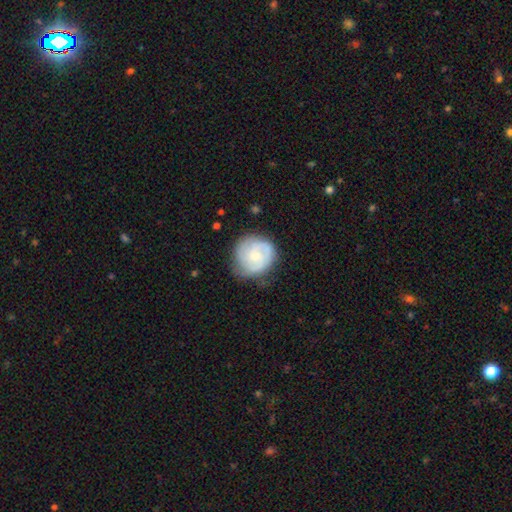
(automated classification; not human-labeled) featured or disk 61%, smooth 33%, star or artifact 6%. Down the decision tree: edge-on disk — no (98%); bar — no (71%); spiral arms — yes (87%); spiral arm count — 2 (34%); spiral winding — tight (55%); bulge size — small (64%); merging — none (69%).